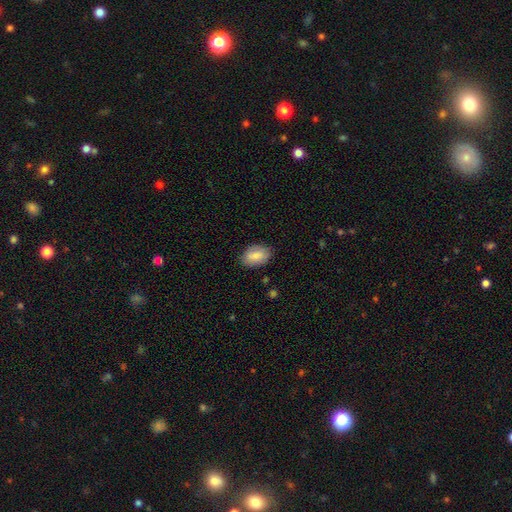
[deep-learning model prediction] The model was most divided on "smooth or featured": smooth: 81%, featured or disk: 13%, star or artifact: 6%. More confident: how rounded — in between (87%); merging — none (83%).